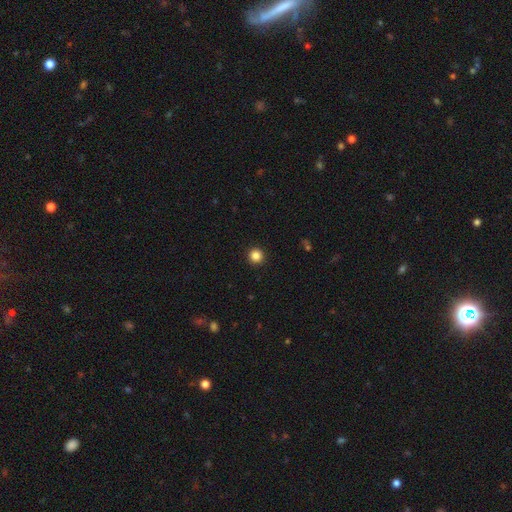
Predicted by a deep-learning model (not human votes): Overall: smooth (85%). How rounded: round (96%). Merging: none (94%).